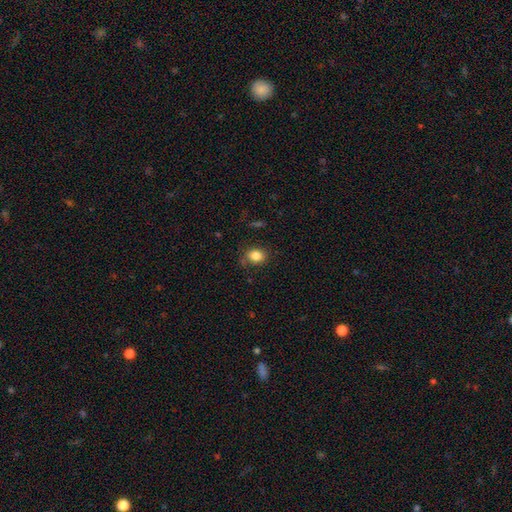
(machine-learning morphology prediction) smooth-or-featured: smooth: 83% | star or artifact: 10% | featured or disk: 6%
  how-rounded: in between: 51% | round: 48% | cigar-shaped: 1%
  merging: none: 76% | minor disturbance: 16% | major disturbance: 5% | merger: 2%